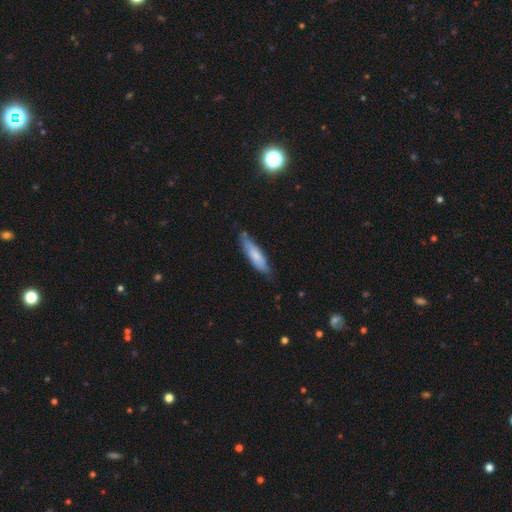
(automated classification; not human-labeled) A smooth galaxy with no disk features (74%) that is cigar-shaped (69%). Merging: none (70%).